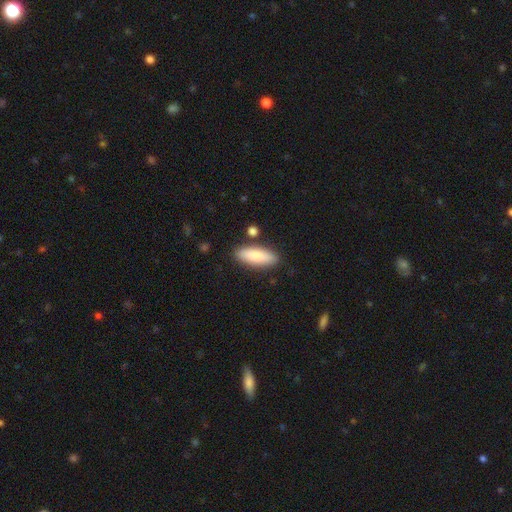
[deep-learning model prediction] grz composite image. It shows a smooth galaxy with no disk features (85%) that is in between round and cigar-shaped (57%). Merging: none (83%).